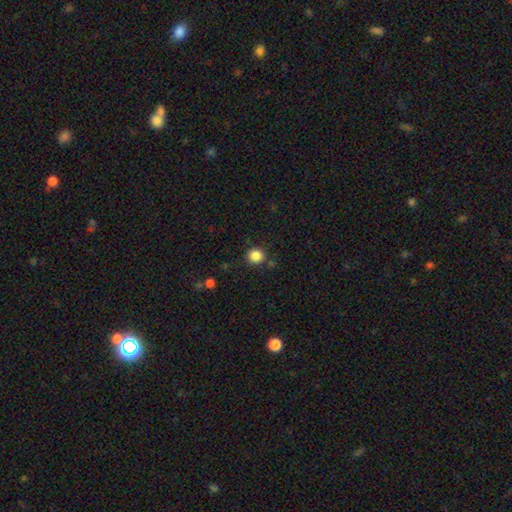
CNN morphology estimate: smooth-or-featured: smooth: 85% | star or artifact: 11% | featured or disk: 4%
  how-rounded: round: 91% | in between: 8% | cigar-shaped: 1%
  merging: none: 85% | minor disturbance: 9% | merger: 3% | major disturbance: 3%